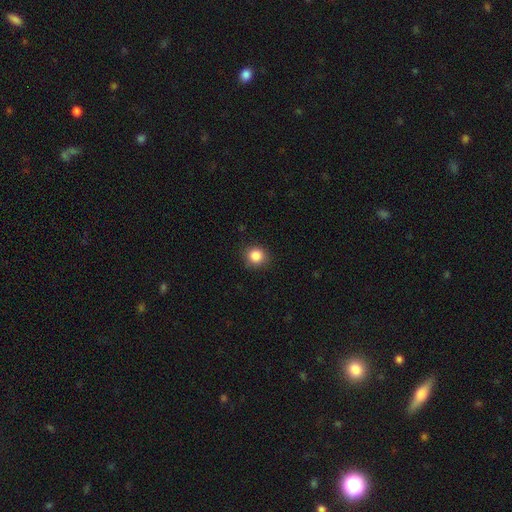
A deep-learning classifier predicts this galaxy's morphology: Smooth or featured? Predicted: smooth (p=0.86). How rounded? Predicted: round (p=0.89). Merging? Predicted: none (p=0.87).